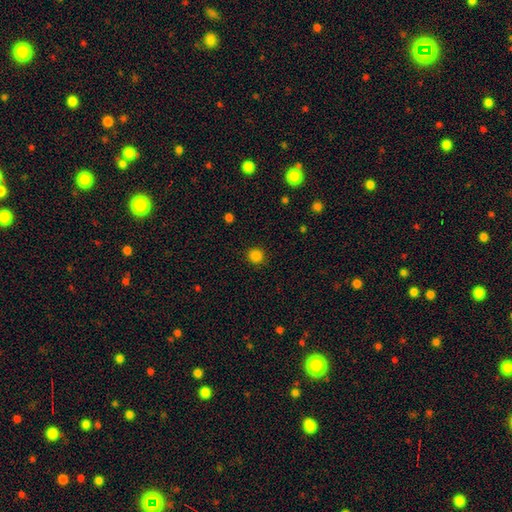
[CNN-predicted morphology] This appears to be a smooth galaxy with no disk features (84%) that is round (93%). Merging: none (92%).